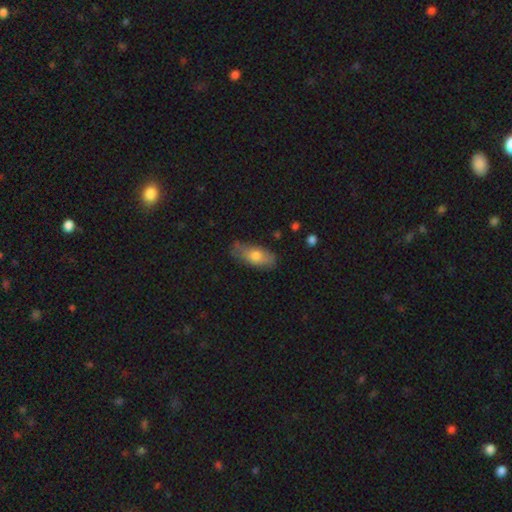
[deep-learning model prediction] Q: Smooth or featured?
A: smooth (71%); runner-up: featured or disk (23%)
Q: How rounded?
A: in between (84%); runner-up: cigar-shaped (13%)
Q: Merging?
A: none (67%); runner-up: minor disturbance (25%)